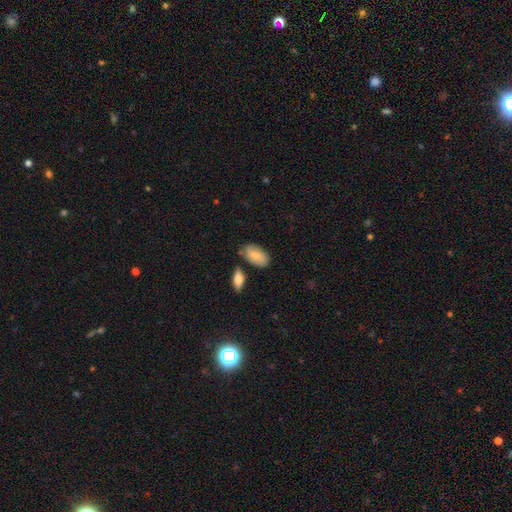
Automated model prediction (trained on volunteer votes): Morphology: type=smooth (76%); roundness=in between (93%); merging=none (68%).